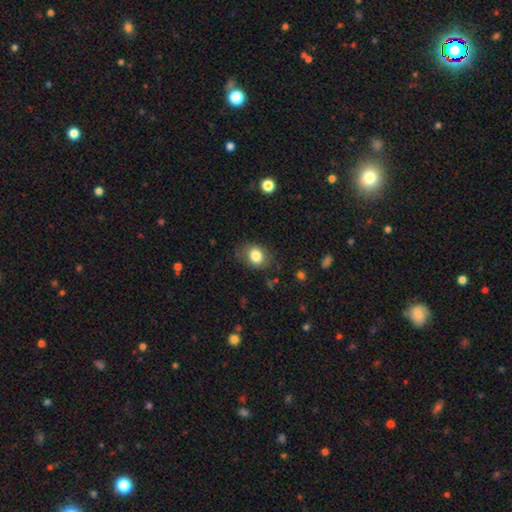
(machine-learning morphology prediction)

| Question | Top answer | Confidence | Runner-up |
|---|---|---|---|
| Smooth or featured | smooth | 82% | featured or disk (10%) |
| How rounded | in between | 57% | round (43%) |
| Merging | none | 75% | minor disturbance (18%) |